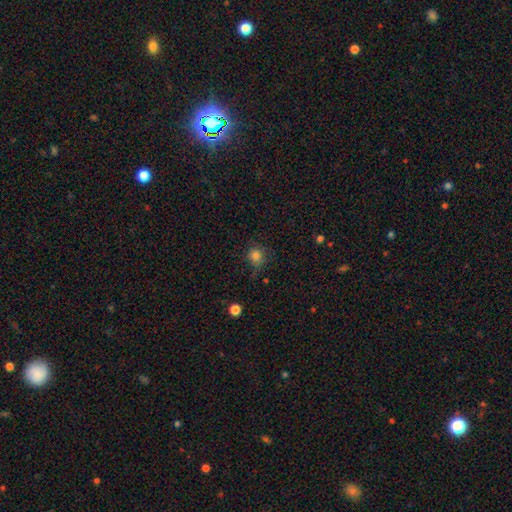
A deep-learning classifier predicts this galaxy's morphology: Smooth or featured? smooth (80%)
How rounded? round (86%)
Merging? none (69%)